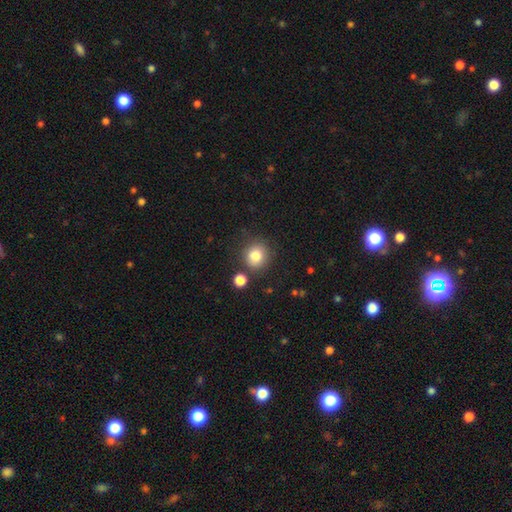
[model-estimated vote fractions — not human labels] smooth-or-featured: smooth: 82% | star or artifact: 11% | featured or disk: 7%
  how-rounded: round: 85% | in between: 15% | cigar-shaped: 1%
  merging: none: 79% | minor disturbance: 10% | merger: 7% | major disturbance: 3%